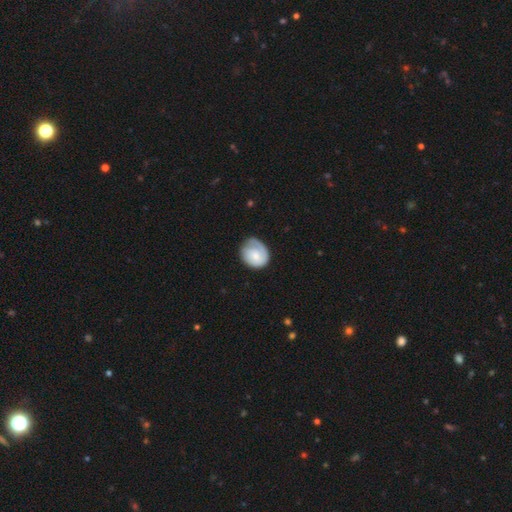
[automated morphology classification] Overall: featured or disk (50%; smooth 44%). Edge-on disk: no (98%). Merging: none (59%; minor disturbance 26%).